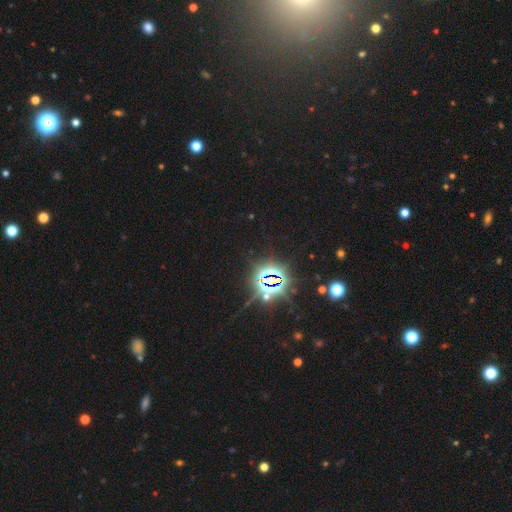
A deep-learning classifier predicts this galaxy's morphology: Smooth or featured? Predicted: star or artifact (p=0.76).